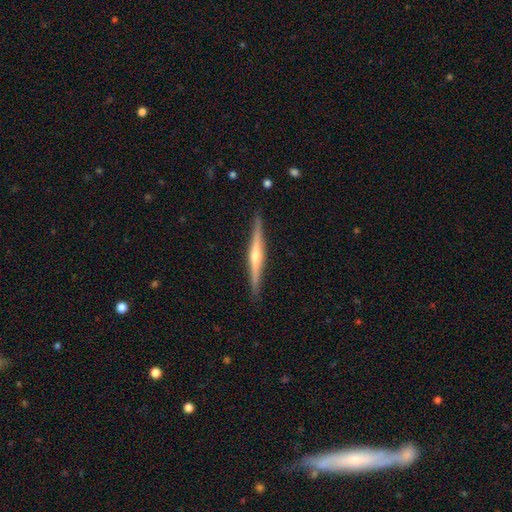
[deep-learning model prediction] Q: Smooth or featured?
A: featured or disk (78%); runner-up: smooth (17%)
Q: Edge-on disk?
A: yes (98%); runner-up: no (2%)
Q: Edge-on bulge?
A: rounded (84%); runner-up: none (10%)
Q: Merging?
A: none (91%); runner-up: minor disturbance (7%)